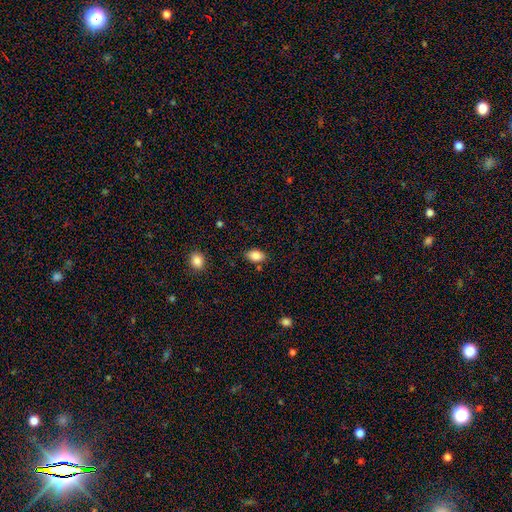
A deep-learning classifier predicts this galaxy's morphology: A smooth galaxy with no disk features (86%) that is in between round and cigar-shaped (87%). Merging: none (81%).